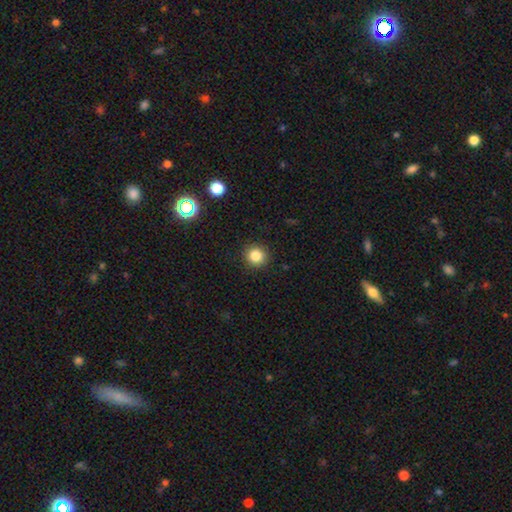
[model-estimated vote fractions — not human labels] A smooth galaxy with no disk features (83%) that is round (93%).

Vote fractions:
- Smooth or featured? smooth: 83% / star or artifact: 12% / featured or disk: 5%
- How rounded? round: 93% / in between: 6% / cigar-shaped: 1%
- Merging? none: 91% / minor disturbance: 6% / major disturbance: 2% / merger: 1%